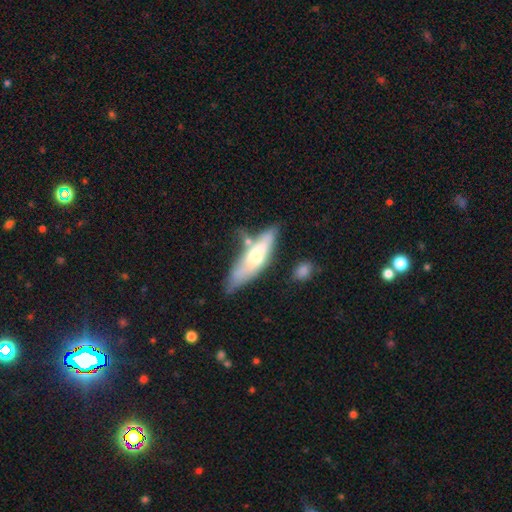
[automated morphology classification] smooth_or_featured: smooth (p=0.47) [tied with: featured or disk p=0.47]
merging: none (p=0.56) [alt: minor disturbance p=0.23]